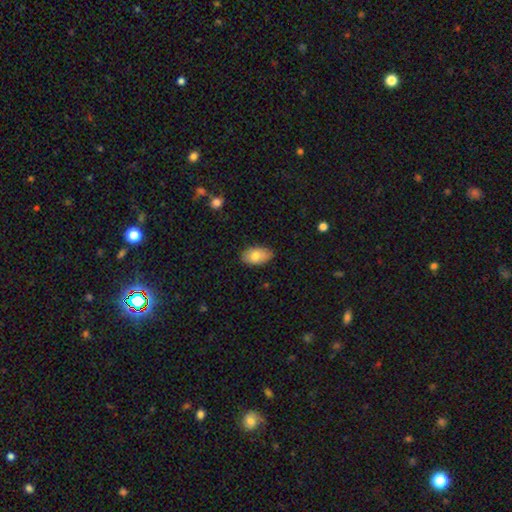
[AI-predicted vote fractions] smooth_or_featured: smooth (p=0.80) [alt: featured or disk p=0.13]
how_rounded: in between (p=0.93) [alt: round p=0.05]
merging: none (p=0.77) [alt: minor disturbance p=0.19]